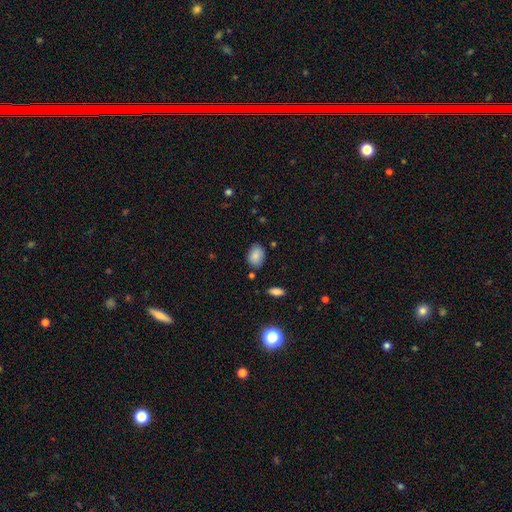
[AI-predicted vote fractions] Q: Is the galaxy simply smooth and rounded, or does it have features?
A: smooth — 85%.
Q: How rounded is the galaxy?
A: in between — 80%.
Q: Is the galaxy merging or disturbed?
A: none — 79%.